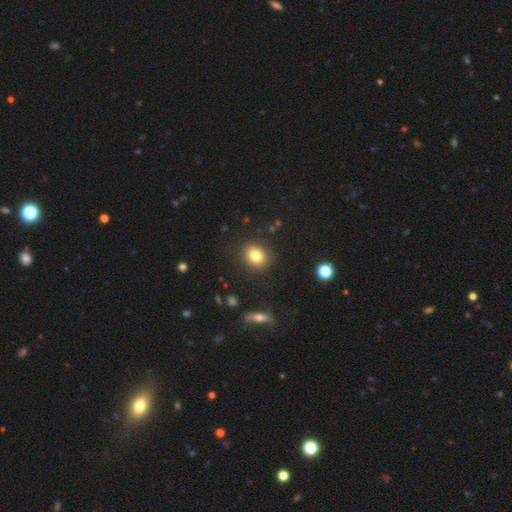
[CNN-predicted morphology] Smooth or featured: smooth — 81% (star or artifact — 11%)
How rounded: round — 60% (in between — 39%)
Merging: none — 88% (minor disturbance — 8%)